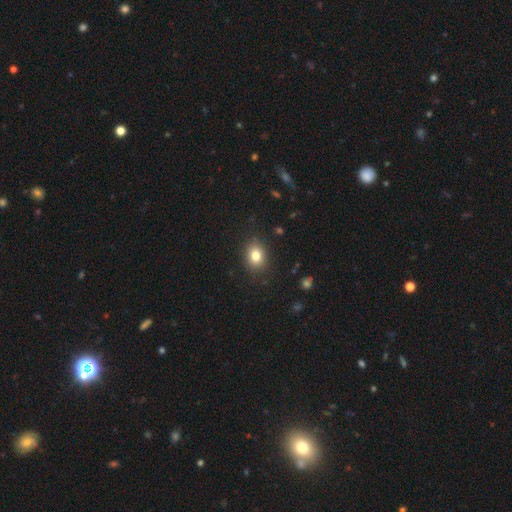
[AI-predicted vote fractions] Smooth or featured? smooth (81%)
How rounded? in between (50%)
Merging? none (87%)